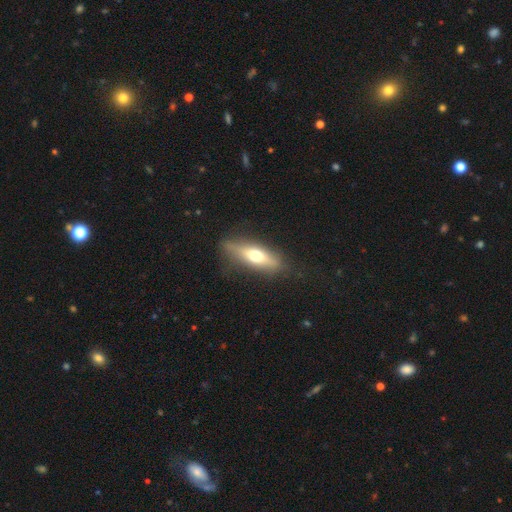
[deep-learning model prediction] Q: Smooth or featured?
A: smooth (50%); runner-up: featured or disk (43%)
Q: How rounded?
A: cigar-shaped (55%); runner-up: in between (41%)
Q: Merging?
A: none (80%); runner-up: minor disturbance (14%)